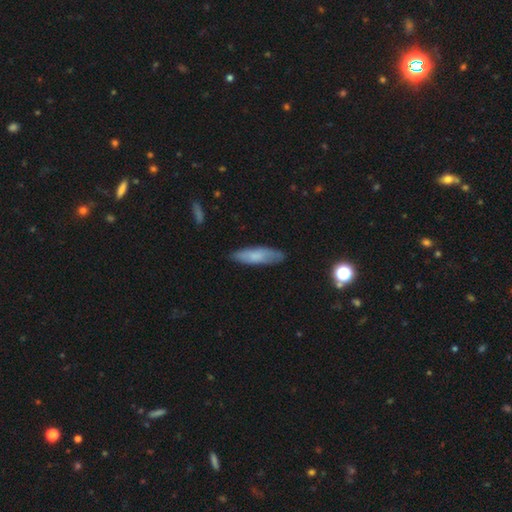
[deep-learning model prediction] Smooth or featured?
  - smooth: 71% *
  - featured or disk: 22%
  - star or artifact: 7%
How rounded?
  - cigar-shaped: 62% *
  - in between: 37%
  - round: 2%
Merging?
  - none: 80% *
  - minor disturbance: 15%
  - major disturbance: 3%
  - merger: 1%